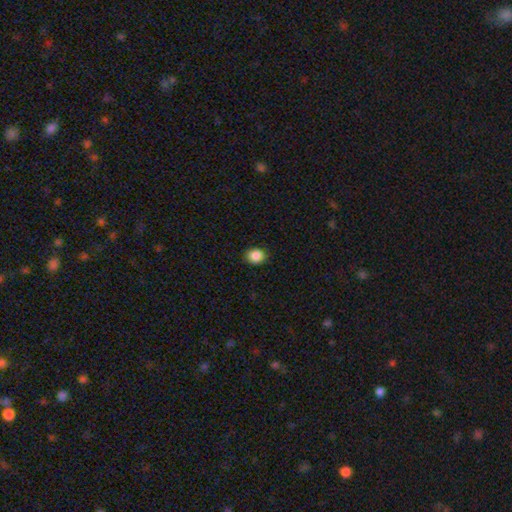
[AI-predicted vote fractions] Smooth or featured? Predicted: smooth (p=0.88). How rounded? Predicted: round (p=0.61). Merging? Predicted: none (p=0.90).